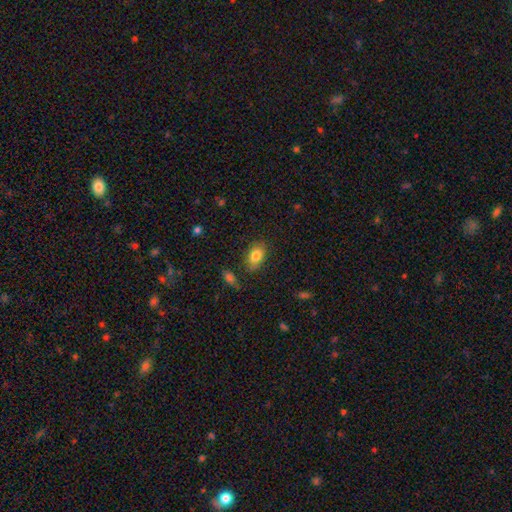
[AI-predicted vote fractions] smooth-or-featured: smooth: 82% | featured or disk: 10% | star or artifact: 8%
  how-rounded: in between: 89% | round: 10% | cigar-shaped: 2%
  merging: none: 73% | minor disturbance: 18% | major disturbance: 5% | merger: 4%